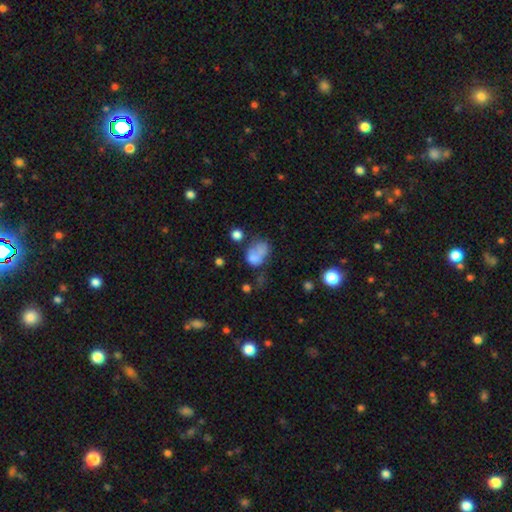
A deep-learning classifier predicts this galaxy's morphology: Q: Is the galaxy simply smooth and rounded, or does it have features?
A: smooth — 64%.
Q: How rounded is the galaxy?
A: in between — 70%.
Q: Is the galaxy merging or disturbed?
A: merger — 37%.